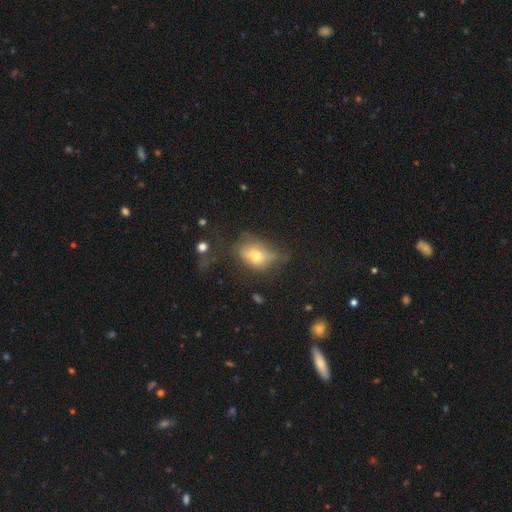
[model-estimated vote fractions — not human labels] A smooth galaxy with no disk features (57%) that is in between round and cigar-shaped (70%).

Vote fractions:
- Smooth or featured? smooth: 57% / featured or disk: 31% / star or artifact: 12%
- How rounded? in between: 70% / round: 28% / cigar-shaped: 3%
- Merging? none: 35% / major disturbance: 33% / minor disturbance: 28% / merger: 4%